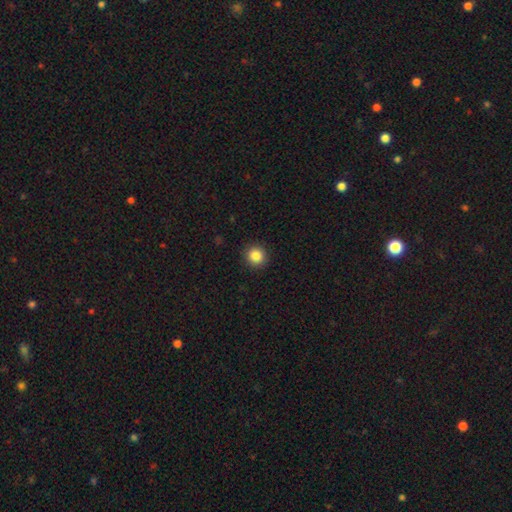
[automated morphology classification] smooth 85%, star or artifact 10%, featured or disk 4%. Down the decision tree: how rounded — round (93%); merging — none (93%).